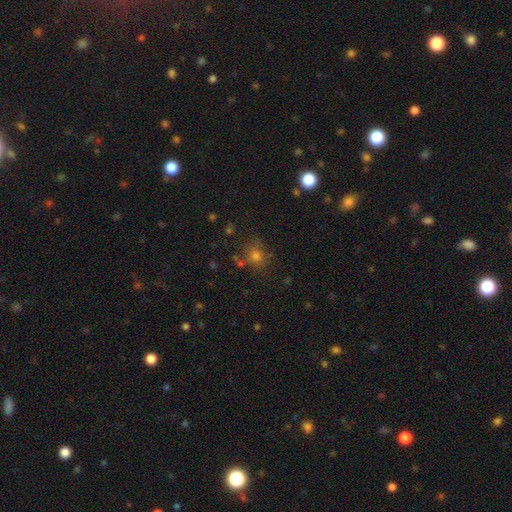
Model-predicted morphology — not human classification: The model was most divided on "smooth or featured": smooth: 65%, star or artifact: 25%, featured or disk: 9%. More confident: how rounded — round (81%); merging — none (73%).